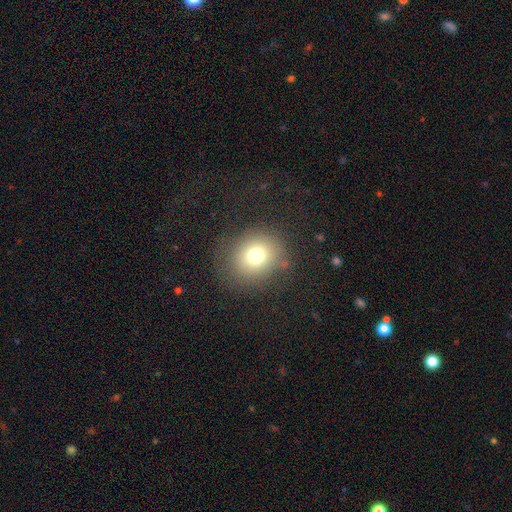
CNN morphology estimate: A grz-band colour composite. It shows a smooth galaxy with no disk features (74%) that is round (77%). Merging: none (77%).